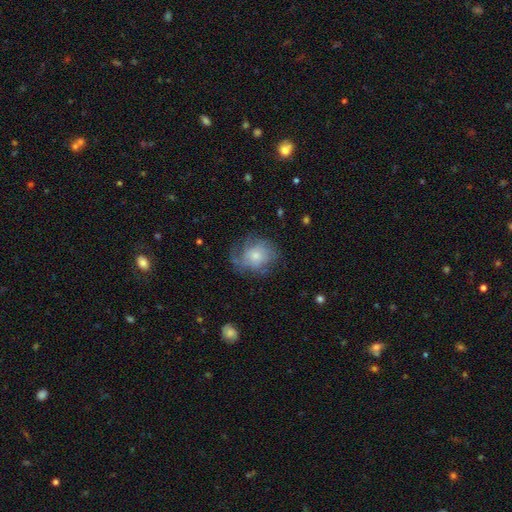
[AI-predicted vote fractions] A featured or disk galaxy (52%) with no bar (81%), spiral arms (74%) and a small central bulge (48%). Merging: none (53%).